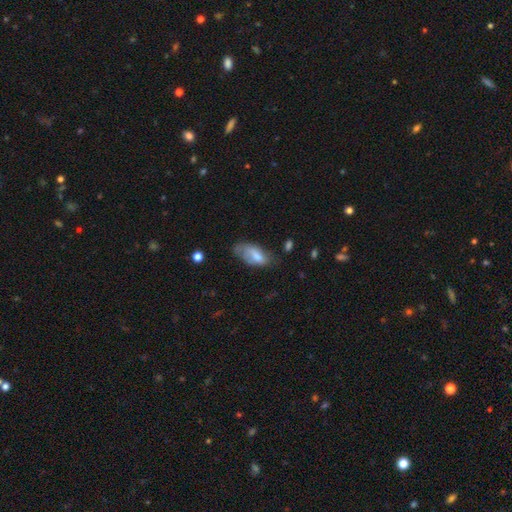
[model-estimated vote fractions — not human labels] smooth_or_featured: smooth (p=0.68) [alt: featured or disk p=0.24]
how_rounded: in between (p=0.89) [alt: cigar-shaped p=0.08]
merging: none (p=0.38) [alt: minor disturbance p=0.36]